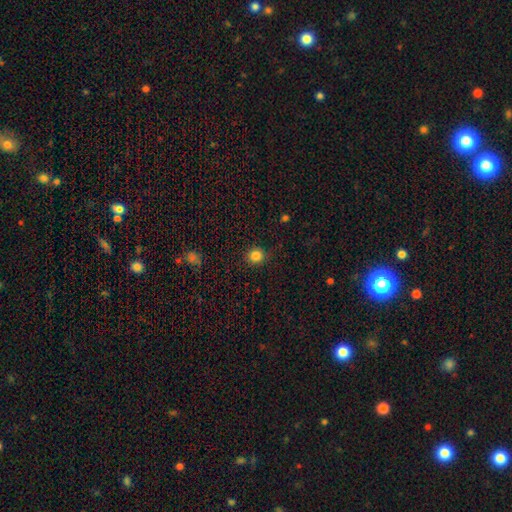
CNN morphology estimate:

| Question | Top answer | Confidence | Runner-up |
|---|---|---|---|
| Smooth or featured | smooth | 83% | star or artifact (12%) |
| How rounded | round | 86% | in between (13%) |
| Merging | none | 88% | minor disturbance (8%) |